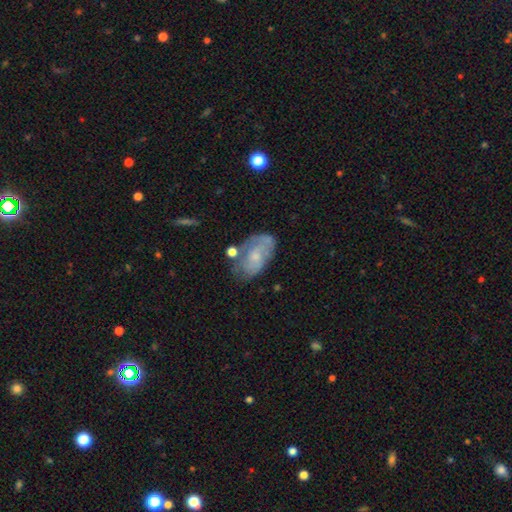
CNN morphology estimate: This appears to be a featured or disk galaxy (57%) with no bar (75%), spiral arms (63%) and a small central bulge (60%). Merging: none (50%).